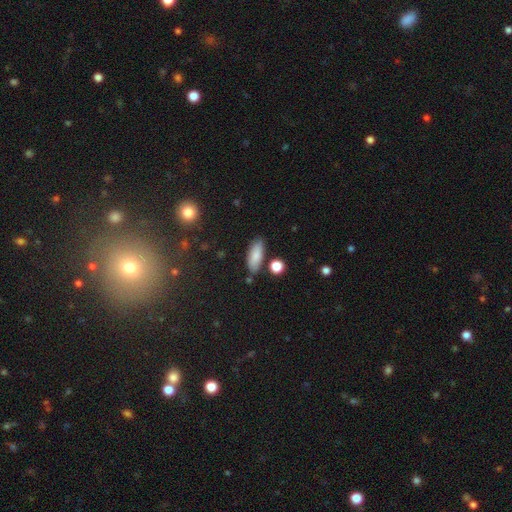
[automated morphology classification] This appears to be a smooth galaxy with no disk features (83%) that is in between round and cigar-shaped (74%). Merging: none (79%).